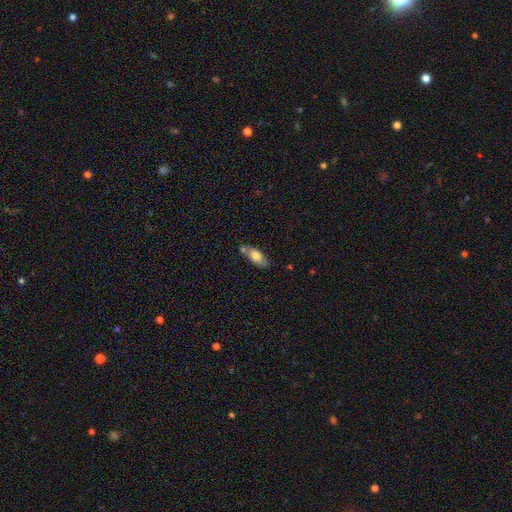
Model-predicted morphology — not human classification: Smooth or featured?
  - smooth: 74% *
  - featured or disk: 19%
  - star or artifact: 7%
How rounded?
  - in between: 80% *
  - cigar-shaped: 18%
  - round: 3%
Merging?
  - none: 61% *
  - minor disturbance: 19%
  - merger: 15%
  - major disturbance: 4%